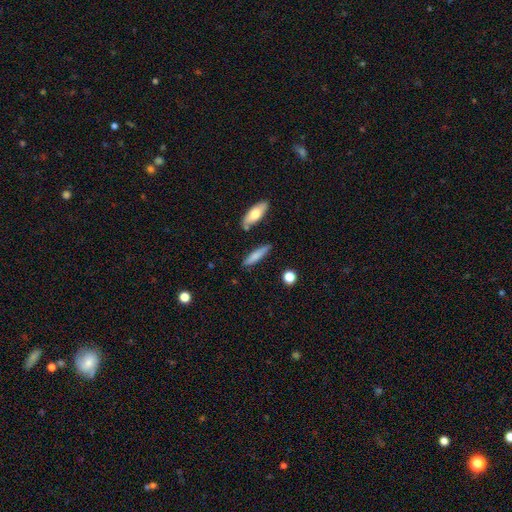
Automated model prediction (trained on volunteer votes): This appears to be a smooth galaxy with no disk features (74%) that is cigar-shaped (77%). Merging: none (81%).